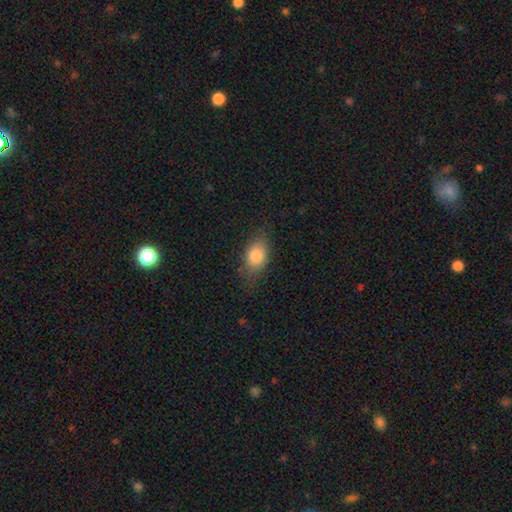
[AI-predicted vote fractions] smooth_or_featured: smooth (p=0.82) [alt: featured or disk p=0.10]
how_rounded: in between (p=0.81) [alt: round p=0.15]
merging: none (p=0.72) [alt: minor disturbance p=0.20]